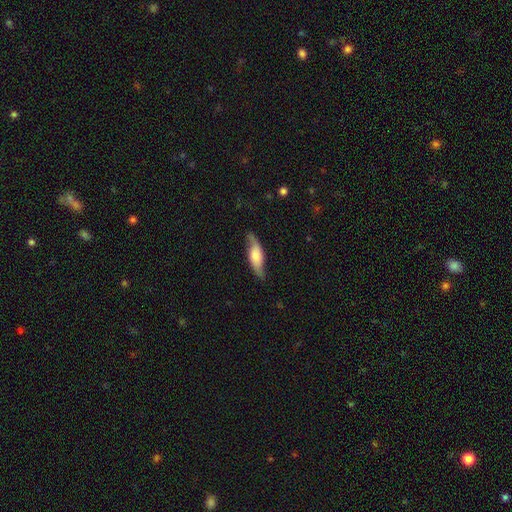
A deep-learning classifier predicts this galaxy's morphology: type=featured or disk (53%); edge-on=no (62%); merging=none (74%).